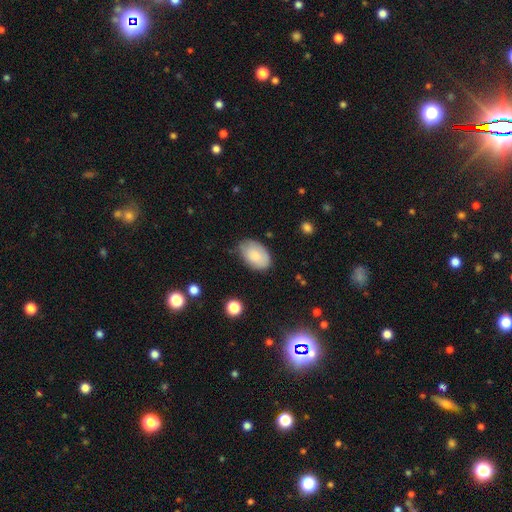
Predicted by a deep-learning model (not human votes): Smooth or featured?
  - smooth: 80% *
  - featured or disk: 13%
  - star or artifact: 7%
How rounded?
  - in between: 91% *
  - round: 8%
  - cigar-shaped: 1%
Merging?
  - none: 69% *
  - minor disturbance: 24%
  - major disturbance: 5%
  - merger: 2%